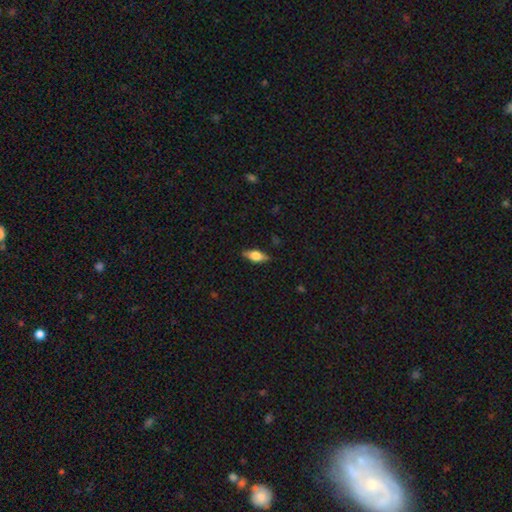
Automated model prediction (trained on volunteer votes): Smooth or featured? Predicted: smooth (p=0.52). How rounded? Predicted: in between (p=0.74). Merging? Predicted: none (p=0.83).